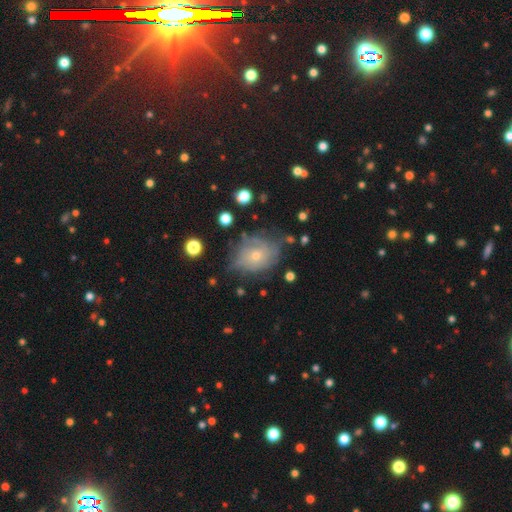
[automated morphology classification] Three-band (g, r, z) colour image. It shows a smooth galaxy with no disk features (43%, tied with featured or disk). Merging: none (62%).